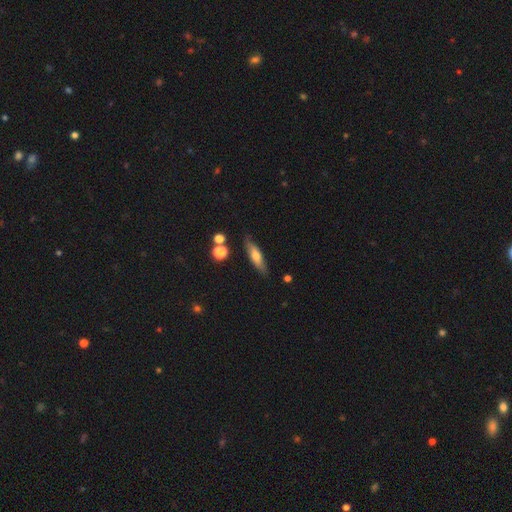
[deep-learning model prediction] A smooth galaxy with no disk features (58%) that is cigar-shaped (65%). Merging: none (81%).